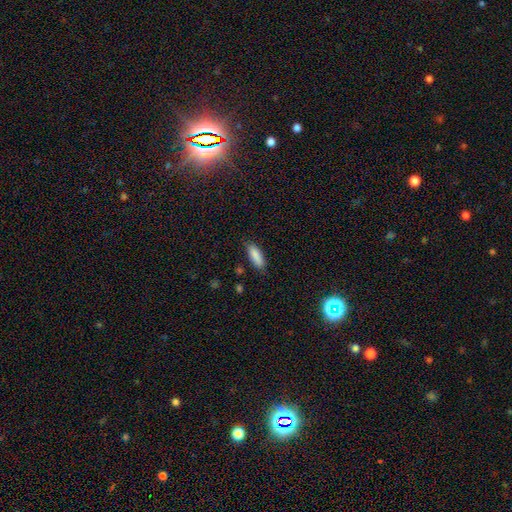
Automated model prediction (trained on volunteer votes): A smooth galaxy with no disk features (88%) that is in between round and cigar-shaped (67%). Merging: none (83%).